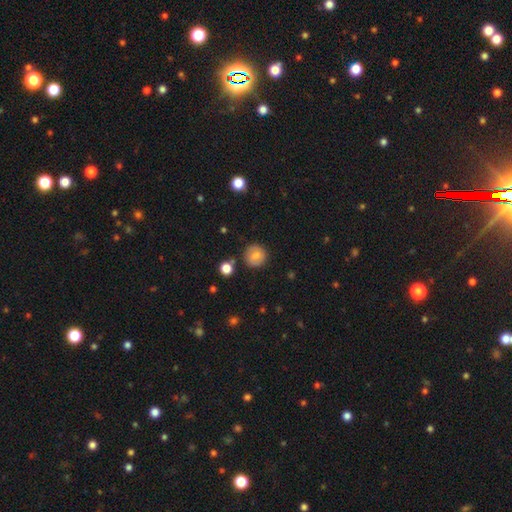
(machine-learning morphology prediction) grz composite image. It shows a smooth galaxy with no disk features (72%) that is round (88%). Merging: none (81%).